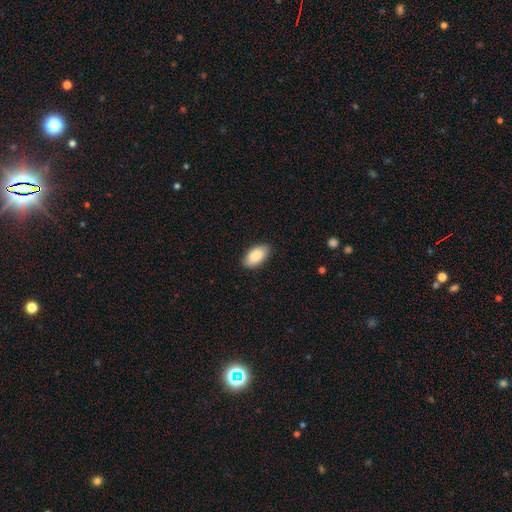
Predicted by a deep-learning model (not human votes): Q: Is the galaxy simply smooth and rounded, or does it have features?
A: smooth — 88%.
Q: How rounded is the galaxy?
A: in between — 95%.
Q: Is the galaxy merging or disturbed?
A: none — 88%.